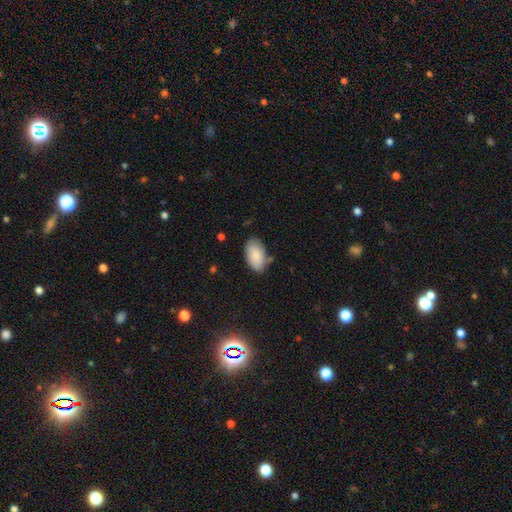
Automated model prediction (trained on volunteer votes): smooth-or-featured: smooth: 82% | featured or disk: 12% | star or artifact: 6%
  how-rounded: in between: 94% | round: 4% | cigar-shaped: 2%
  merging: none: 68% | minor disturbance: 24% | major disturbance: 5% | merger: 4%